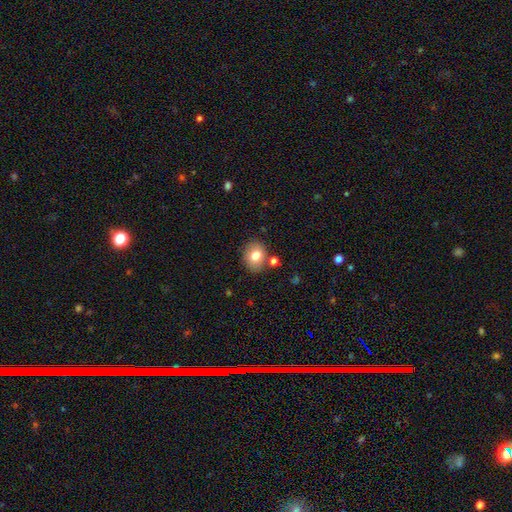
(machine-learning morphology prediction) Smooth or featured?
  - smooth: 77% *
  - featured or disk: 13%
  - star or artifact: 9%
How rounded?
  - round: 57% *
  - in between: 42%
  - cigar-shaped: 1%
Merging?
  - none: 78% *
  - minor disturbance: 11%
  - merger: 7%
  - major disturbance: 3%